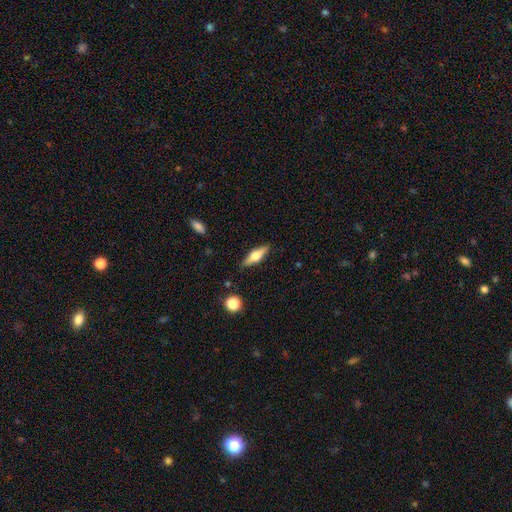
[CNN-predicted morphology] Smooth or featured? featured or disk (52%)
Edge-on disk? yes (92%)
Merging? none (86%)